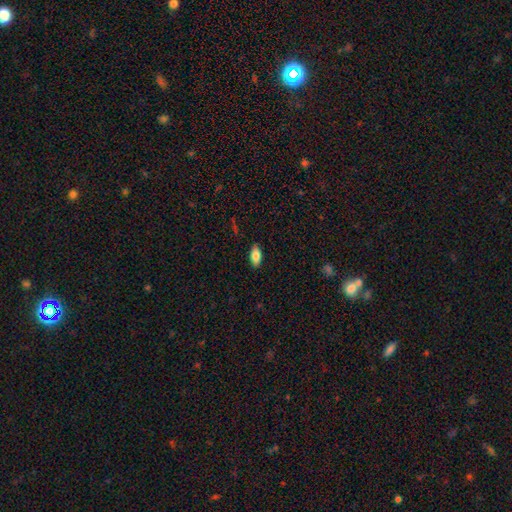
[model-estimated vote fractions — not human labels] Morphology: type=smooth (81%); roundness=in between (87%); merging=none (88%).